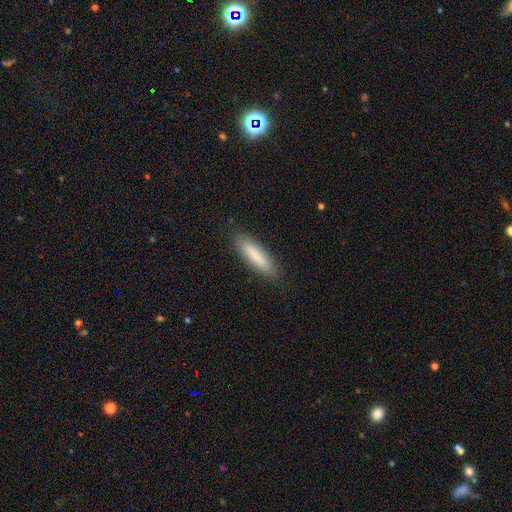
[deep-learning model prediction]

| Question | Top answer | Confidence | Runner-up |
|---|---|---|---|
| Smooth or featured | smooth | 84% | featured or disk (10%) |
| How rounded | cigar-shaped | 77% | in between (22%) |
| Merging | none | 88% | minor disturbance (9%) |